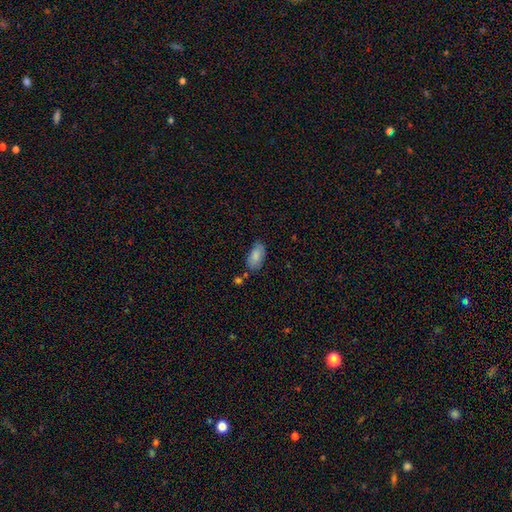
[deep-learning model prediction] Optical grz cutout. It shows a smooth galaxy with no disk features (84%) that is in between round and cigar-shaped (93%). Merging: none (74%).